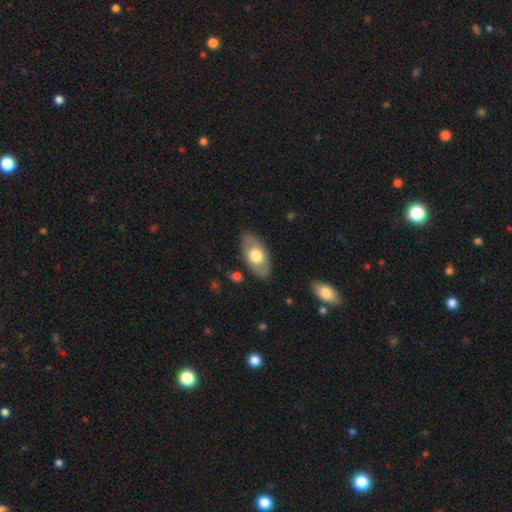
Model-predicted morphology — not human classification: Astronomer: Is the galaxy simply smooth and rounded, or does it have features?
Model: smooth — 58% (runner-up: featured or disk, 36%).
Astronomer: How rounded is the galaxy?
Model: in between — 92%.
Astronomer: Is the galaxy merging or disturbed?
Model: none — 83%.